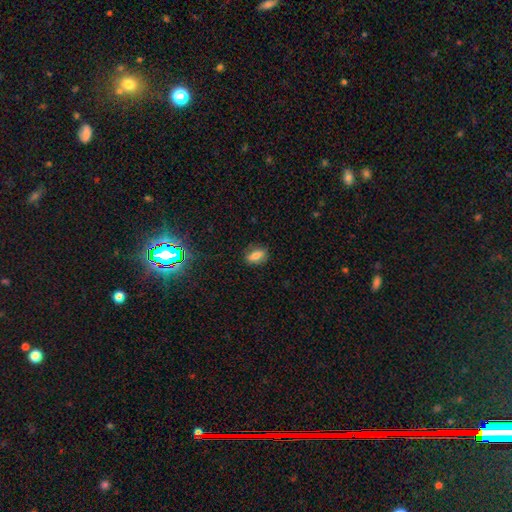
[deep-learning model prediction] Smooth or featured? smooth (75%)
How rounded? in between (81%)
Merging? none (82%)